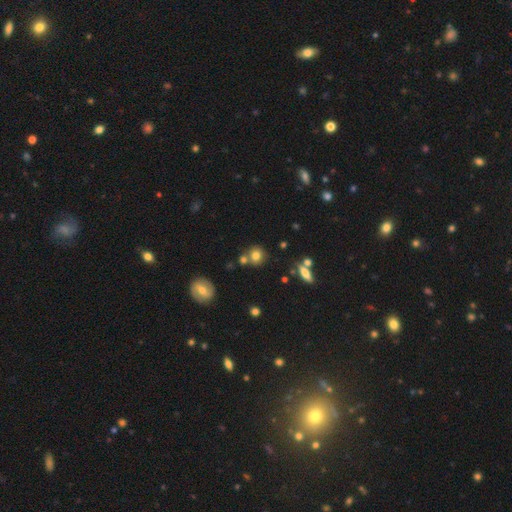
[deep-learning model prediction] Smooth or featured?
  - smooth: 76% *
  - star or artifact: 13%
  - featured or disk: 12%
How rounded?
  - round: 84% *
  - in between: 14%
  - cigar-shaped: 1%
Merging?
  - none: 65% *
  - merger: 21%
  - minor disturbance: 10%
  - major disturbance: 3%